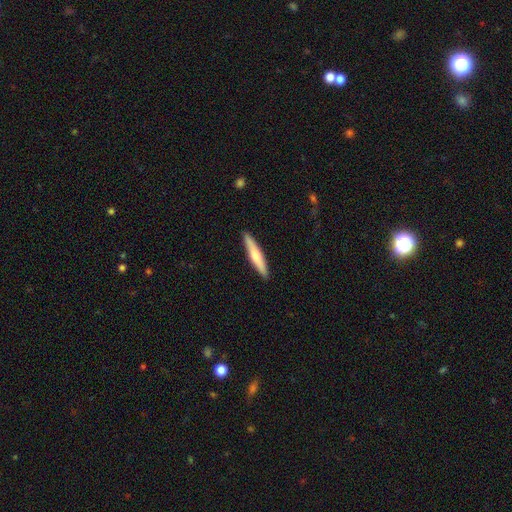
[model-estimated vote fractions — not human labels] Smooth or featured? smooth (60%)
How rounded? cigar-shaped (91%)
Merging? none (91%)